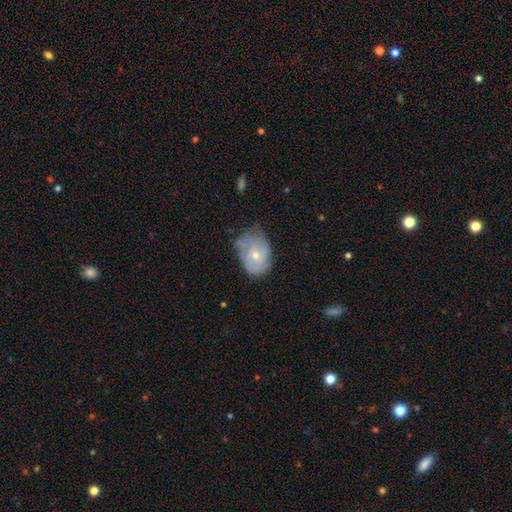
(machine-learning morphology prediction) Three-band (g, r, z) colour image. It shows a smooth galaxy with no disk features (48%). Merging: minor disturbance (42%).